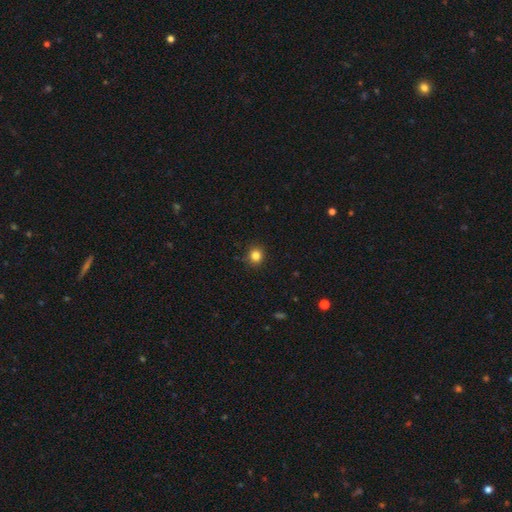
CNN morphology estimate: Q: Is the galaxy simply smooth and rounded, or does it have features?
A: smooth — 83%.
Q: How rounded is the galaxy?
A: round — 89%.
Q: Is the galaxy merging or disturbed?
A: none — 90%.